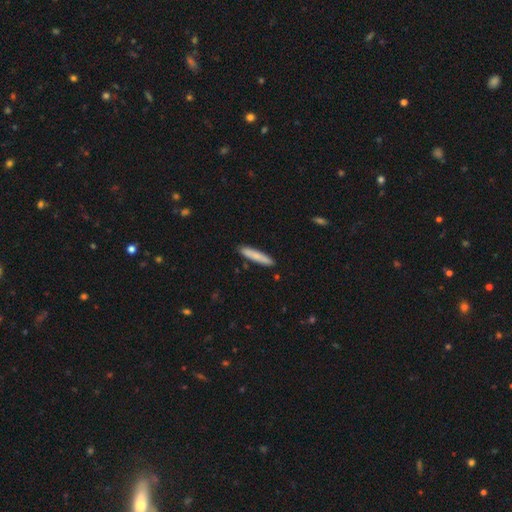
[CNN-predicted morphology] A smooth galaxy with no disk features (78%) that is cigar-shaped (91%). Merging: none (88%).